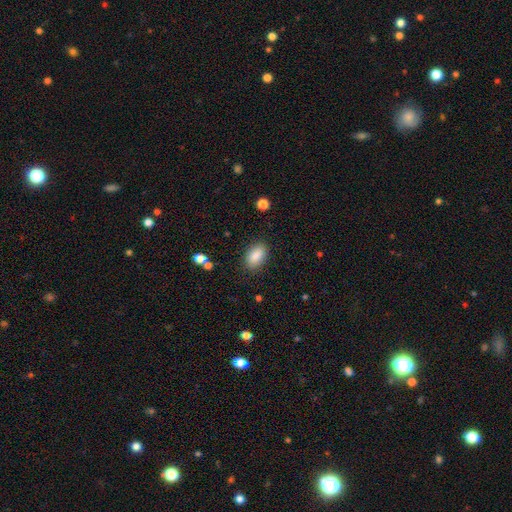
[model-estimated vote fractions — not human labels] smooth-or-featured: smooth: 87% | star or artifact: 7% | featured or disk: 6%
  how-rounded: in between: 91% | round: 6% | cigar-shaped: 2%
  merging: none: 86% | minor disturbance: 10% | major disturbance: 3% | merger: 1%